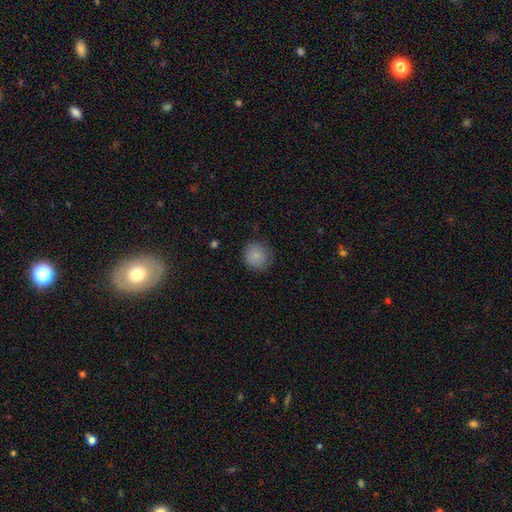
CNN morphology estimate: smooth_or_featured: smooth (p=0.86) [alt: star or artifact p=0.09]
how_rounded: round (p=0.91) [alt: in between p=0.08]
merging: none (p=0.82) [alt: minor disturbance p=0.13]